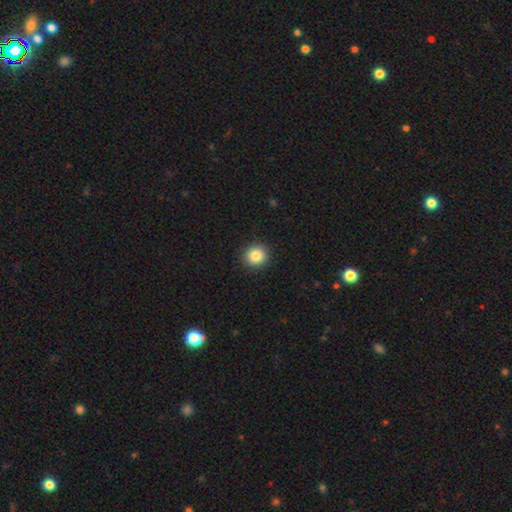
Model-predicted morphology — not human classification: Q: Smooth or featured?
A: smooth (85%); runner-up: star or artifact (10%)
Q: How rounded?
A: round (90%); runner-up: in between (9%)
Q: Merging?
A: none (92%); runner-up: minor disturbance (6%)